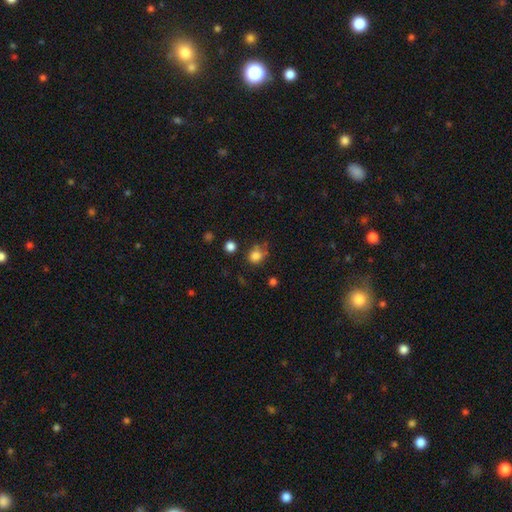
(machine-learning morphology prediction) Q: Smooth or featured?
A: smooth (81%); runner-up: star or artifact (12%)
Q: How rounded?
A: round (72%); runner-up: in between (27%)
Q: Merging?
A: none (58%); runner-up: minor disturbance (23%)